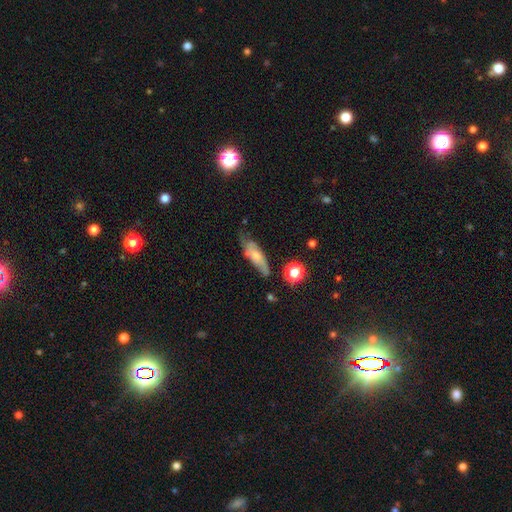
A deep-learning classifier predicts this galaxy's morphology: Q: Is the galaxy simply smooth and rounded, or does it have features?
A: smooth — 51%.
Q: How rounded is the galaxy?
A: in between — 57%.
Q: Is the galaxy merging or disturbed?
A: none — 54%.